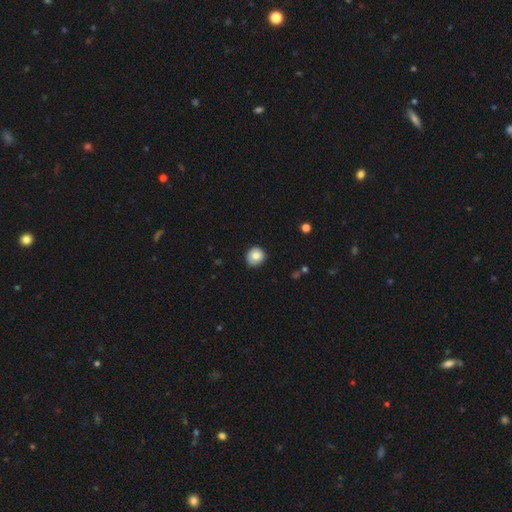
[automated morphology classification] A smooth galaxy with no disk features (80%) that is round (89%).

Vote fractions:
- Smooth or featured? smooth: 80% / featured or disk: 11% / star or artifact: 9%
- How rounded? round: 89% / in between: 11% / cigar-shaped: 1%
- Merging? none: 84% / minor disturbance: 12% / major disturbance: 2% / merger: 1%